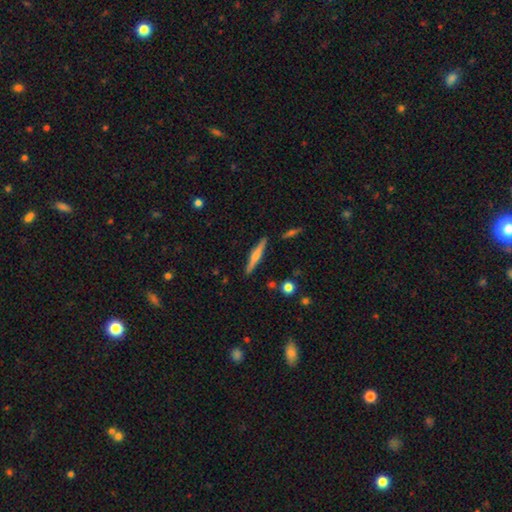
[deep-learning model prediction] A featured or disk galaxy (52%) viewed edge-on (97%) with a rounded central bulge (69%).

Vote fractions:
- Smooth or featured? featured or disk: 52% / smooth: 42% / star or artifact: 6%
- Edge-on disk? yes: 97% / no: 3%
- Edge-on bulge? rounded: 69% / none: 18% / boxy: 14%
- Merging? none: 88% / minor disturbance: 8% / merger: 2% / major disturbance: 2%